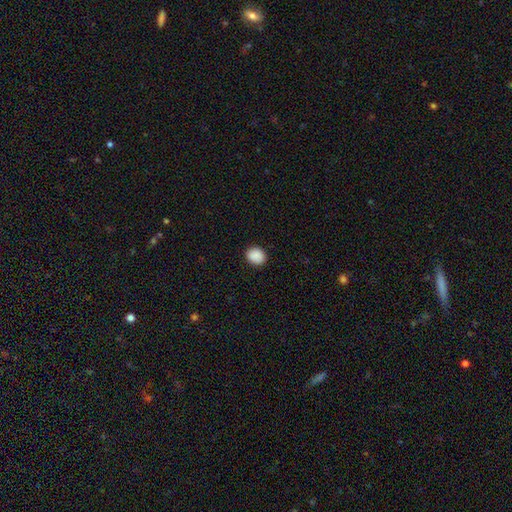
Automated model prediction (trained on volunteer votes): Overall: smooth (90%). How rounded: round (68%; in between 31%). Merging: none (90%).